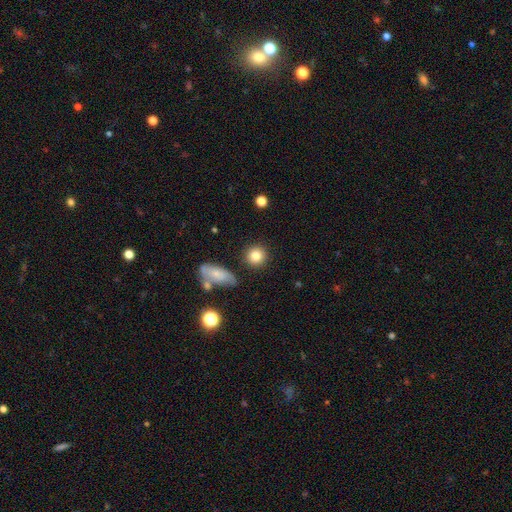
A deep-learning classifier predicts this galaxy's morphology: Smooth or featured? smooth (82%)
How rounded? round (91%)
Merging? none (85%)